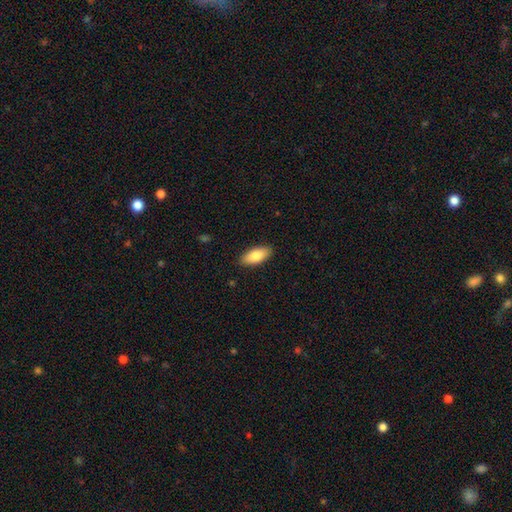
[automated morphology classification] Q: Smooth or featured?
A: smooth (82%); runner-up: featured or disk (12%)
Q: How rounded?
A: in between (86%); runner-up: cigar-shaped (12%)
Q: Merging?
A: none (89%); runner-up: minor disturbance (9%)